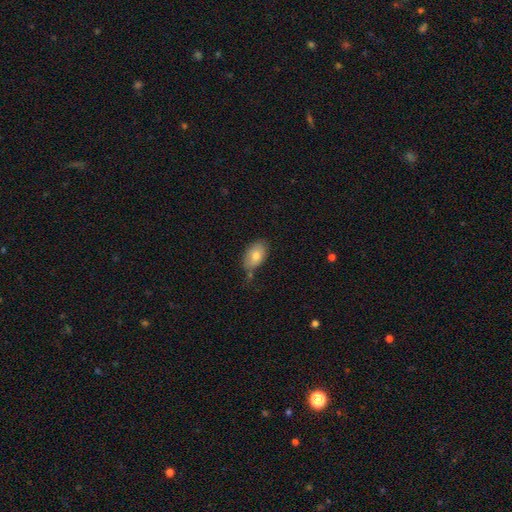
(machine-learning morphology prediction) A smooth galaxy with no disk features (79%) that is in between round and cigar-shaped (92%). Merging: none (60%).